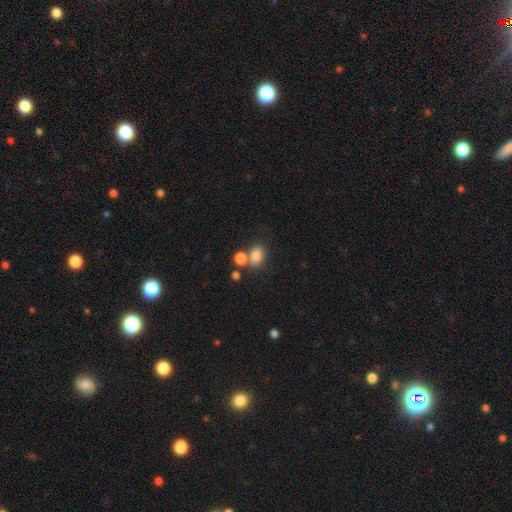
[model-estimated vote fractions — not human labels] smooth_or_featured: smooth (p=0.82) [alt: star or artifact p=0.11]
how_rounded: in between (p=0.68) [alt: round p=0.31]
merging: none (p=0.53) [alt: merger p=0.29]